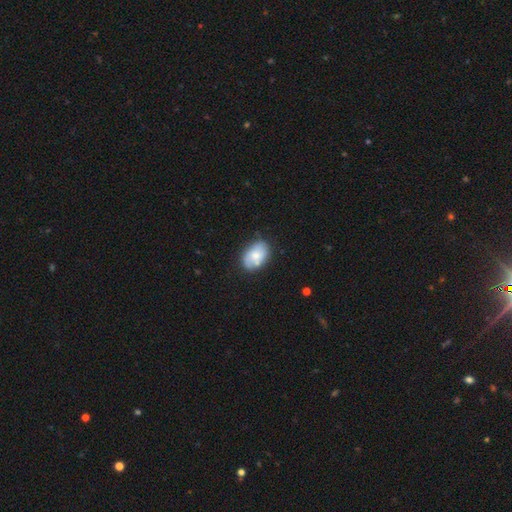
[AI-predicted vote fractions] smooth-or-featured: smooth: 70% | featured or disk: 23% | star or artifact: 7%
  how-rounded: in between: 86% | round: 13% | cigar-shaped: 1%
  merging: none: 68% | minor disturbance: 22% | merger: 6% | major disturbance: 5%